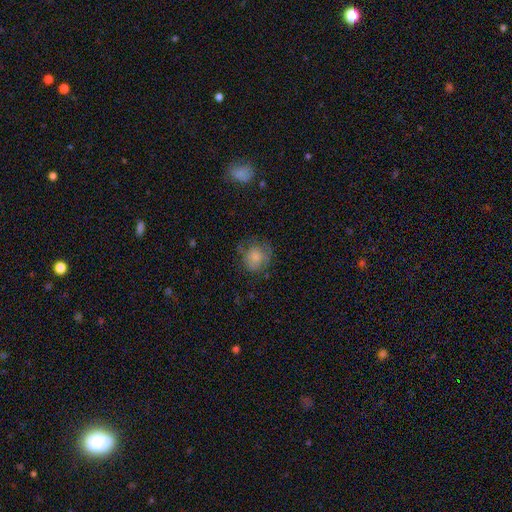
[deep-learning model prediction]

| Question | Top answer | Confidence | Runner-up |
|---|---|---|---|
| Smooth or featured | smooth | 65% | featured or disk (23%) |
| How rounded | round | 76% | in between (23%) |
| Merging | none | 62% | minor disturbance (24%) |